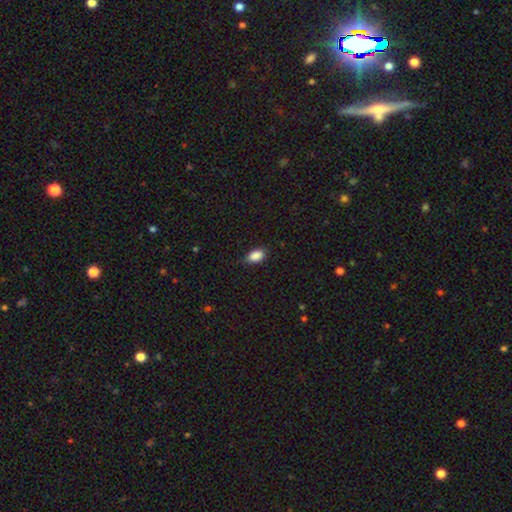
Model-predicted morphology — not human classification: Overall: smooth (88%). How rounded: in between (90%). Merging: none (76%).